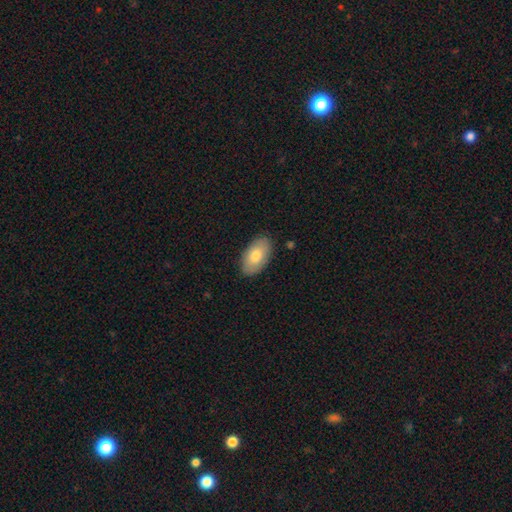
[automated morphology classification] Smooth or featured? smooth (77%)
How rounded? in between (95%)
Merging? none (86%)